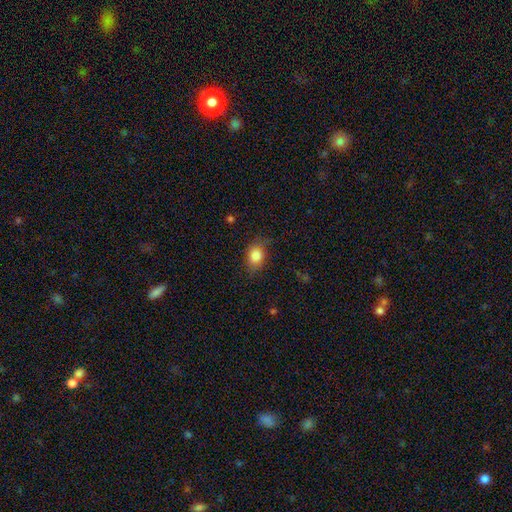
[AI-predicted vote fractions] This is clearly a smooth galaxy (83%). How rounded: likely in between (60%). Merging: likely none (72%).